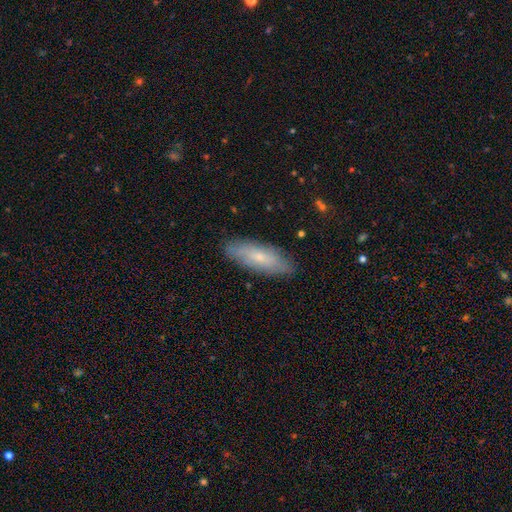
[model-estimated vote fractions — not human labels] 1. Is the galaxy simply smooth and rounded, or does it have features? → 54% smooth, 33% featured or disk, 13% star or artifact.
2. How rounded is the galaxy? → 49% cigar-shaped (tied), 49% in between (tied), 3% round.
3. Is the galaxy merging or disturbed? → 87% none, 10% minor disturbance, 2% major disturbance, 1% merger.